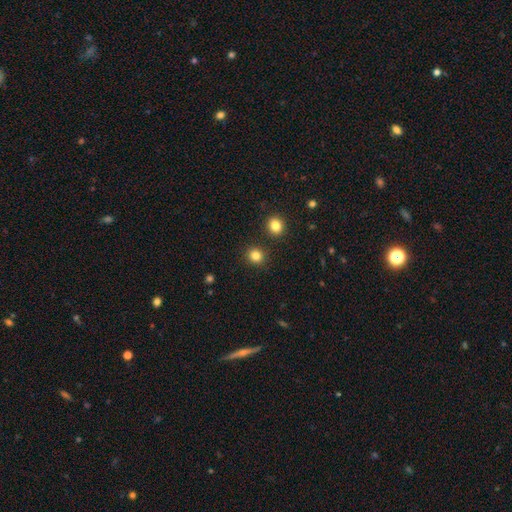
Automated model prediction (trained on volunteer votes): smooth_or_featured: smooth (p=0.82) [alt: star or artifact p=0.13]
how_rounded: round (p=0.89) [alt: in between p=0.10]
merging: none (p=0.89) [alt: minor disturbance p=0.06]